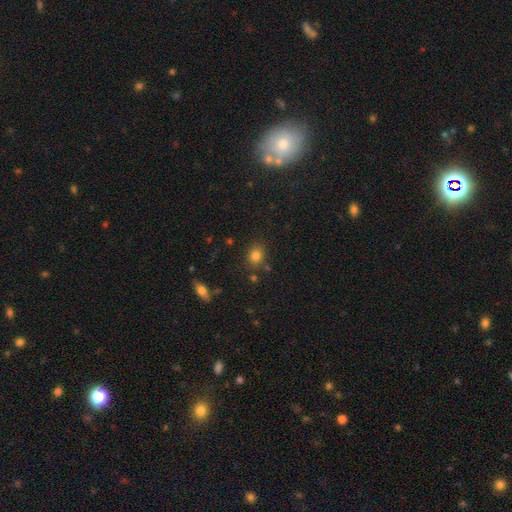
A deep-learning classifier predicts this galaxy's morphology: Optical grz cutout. It shows a smooth galaxy with no disk features (80%) that is round (57%). Merging: none (80%).